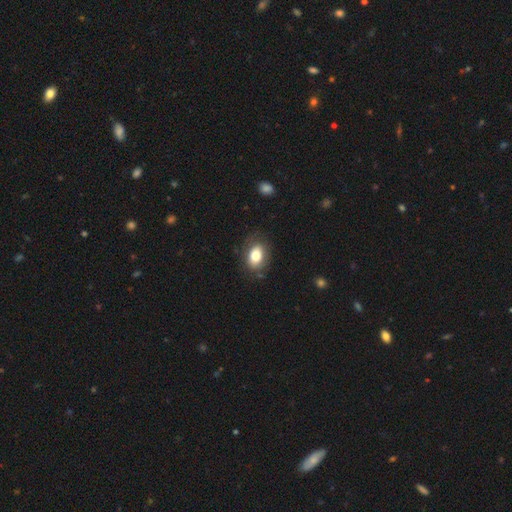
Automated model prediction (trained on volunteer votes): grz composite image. It shows a smooth galaxy with no disk features (79%) that is in between round and cigar-shaped (79%). Merging: none (79%).